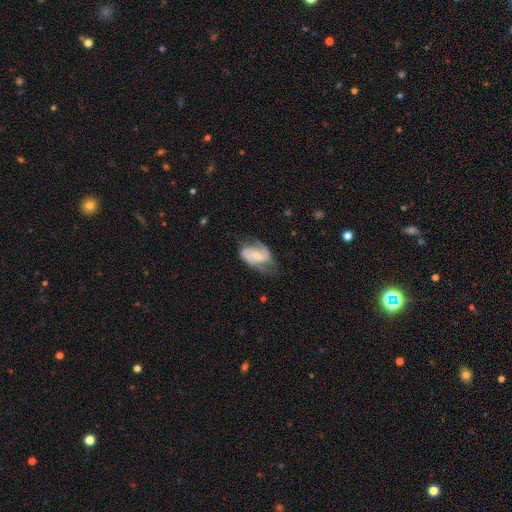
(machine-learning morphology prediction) smooth-or-featured: featured or disk: 70% | smooth: 24% | star or artifact: 6%
  disk-edge-on: no: 97% | yes: 3%
    bar: no: 44% | weak: 42% | strong: 14%
    has-spiral-arms: yes: 90% | no: 10%
      spiral-winding: medium: 47% | loose: 32% | tight: 21%
      spiral-arm-count: 2: 81% | can't tell: 10% | 1: 4% | 3: 3% | 4: 1% | more than 4: 1%
    bulge-size: small: 48% | moderate: 40% | none: 7% | large: 4% | dominant: 1%
  merging: none: 54% | minor disturbance: 28% | major disturbance: 16% | merger: 2%